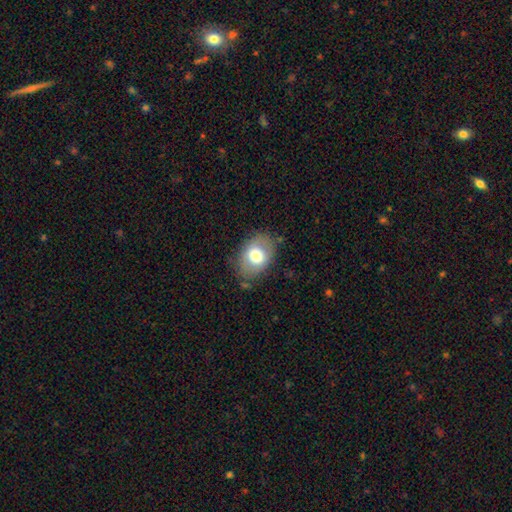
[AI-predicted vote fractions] The model was most divided on "smooth or featured": smooth: 70%, featured or disk: 22%, star or artifact: 8%. More confident: how rounded — in between (78%); merging — none (76%).